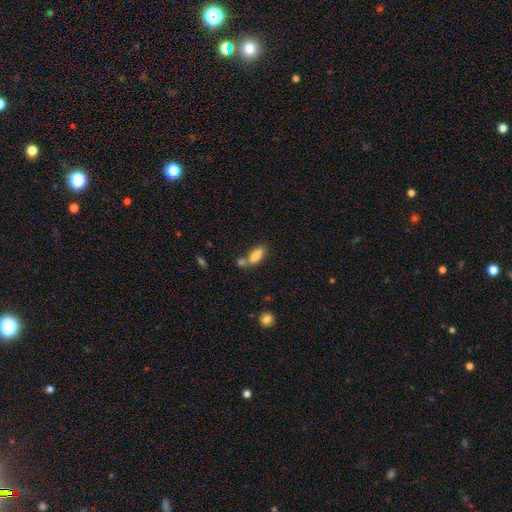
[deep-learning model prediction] Smooth or featured: smooth — 84% (star or artifact — 8%)
How rounded: in between — 79% (cigar-shaped — 18%)
Merging: none — 44% (merger — 39%)